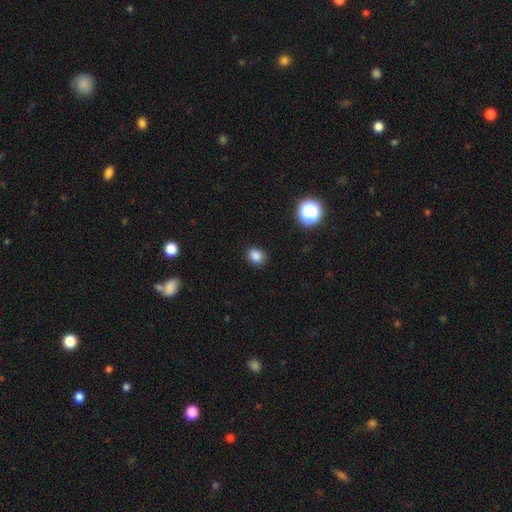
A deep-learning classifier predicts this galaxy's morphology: Smooth or featured? smooth (84%)
How rounded? round (54%)
Merging? none (88%)